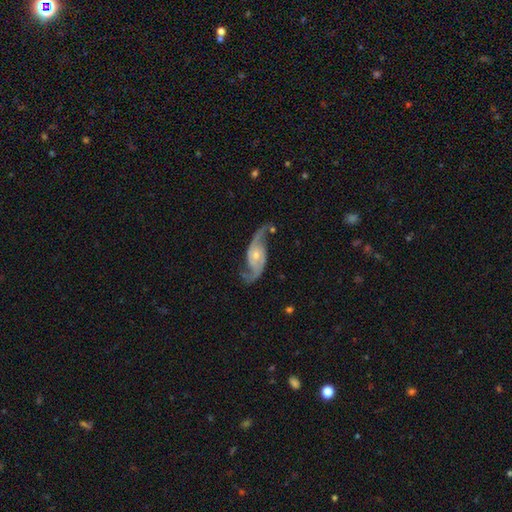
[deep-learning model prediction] This appears to be a featured or disk galaxy (90%) with no bar (64%), 2 (93%) loose (60%) spiral arms (97%) and a small central bulge (52%). Merging: none (70%).